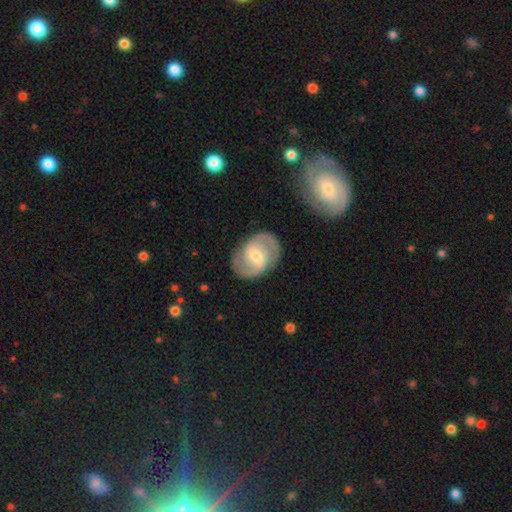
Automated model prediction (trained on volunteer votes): Smooth or featured? featured or disk (82%)
Edge-on disk? no (97%)
Bar? weak (52%)
Spiral arms? yes (92%)
Spiral winding? medium (51%)
Spiral arm count? 2 (88%)
Bulge size? moderate (55%)
Merging? none (83%)